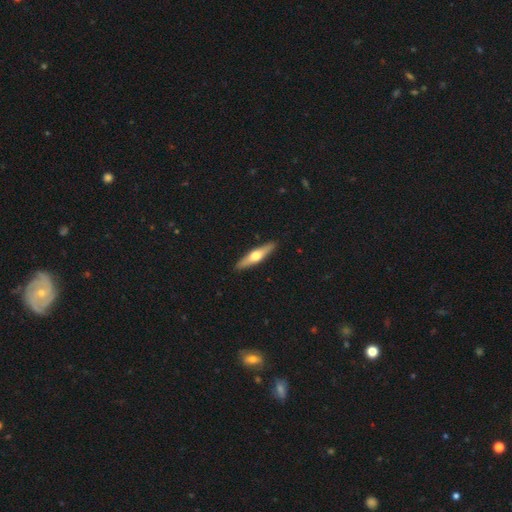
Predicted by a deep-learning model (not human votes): Smooth or featured? featured or disk (55%)
Edge-on disk? yes (94%)
Edge-on bulge? rounded (94%)
Merging? none (91%)